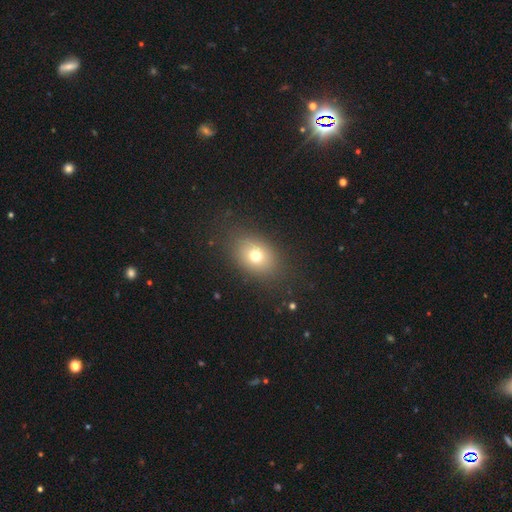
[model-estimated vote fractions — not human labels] smooth-or-featured: smooth: 72% | featured or disk: 14% | star or artifact: 14%
  how-rounded: in between: 62% | round: 37% | cigar-shaped: 1%
  merging: none: 83% | minor disturbance: 11% | major disturbance: 5% | merger: 1%